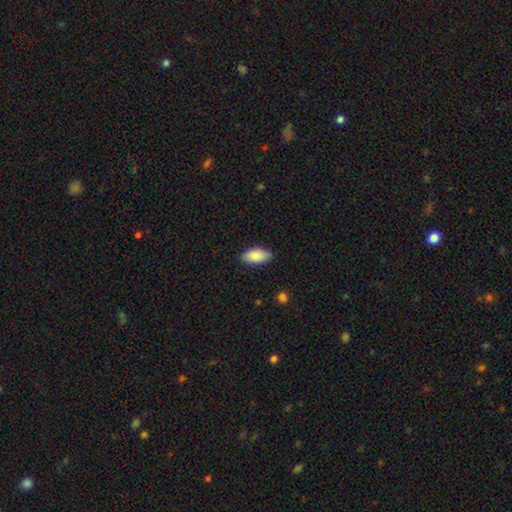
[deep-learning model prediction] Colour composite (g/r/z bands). It shows a smooth galaxy with no disk features (88%) that is in between round and cigar-shaped (93%). Merging: none (85%).